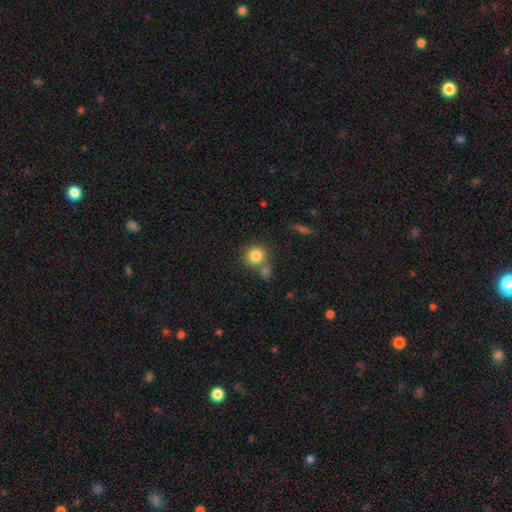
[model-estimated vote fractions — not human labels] A smooth galaxy with no disk features (83%) that is round (89%).

Vote fractions:
- Smooth or featured? smooth: 83% / star or artifact: 10% / featured or disk: 7%
- How rounded? round: 89% / in between: 10% / cigar-shaped: 1%
- Merging? none: 60% / merger: 26% / minor disturbance: 10% / major disturbance: 4%